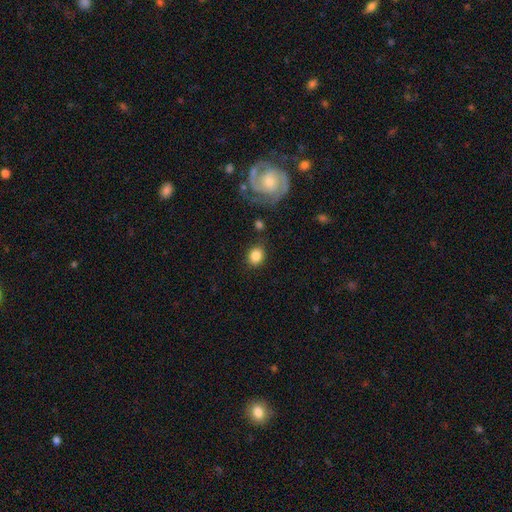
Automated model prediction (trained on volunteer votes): Overall: smooth (84%). How rounded: round (54%; in between 45%). Merging: none (78%).